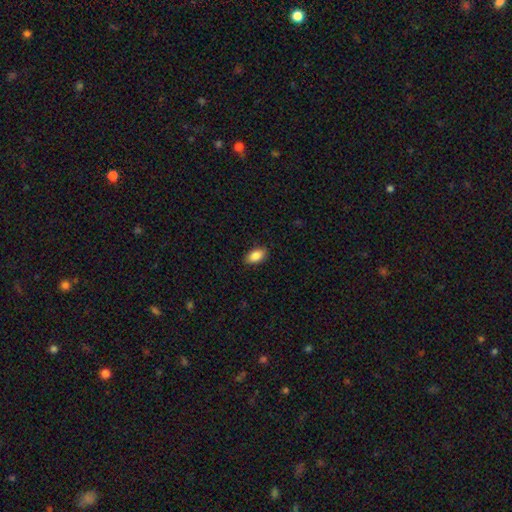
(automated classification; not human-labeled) The model was most divided on "merging": none: 87%, minor disturbance: 10%, major disturbance: 2%, merger: 1%. More confident: how rounded — in between (92%); smooth or featured — smooth (88%).